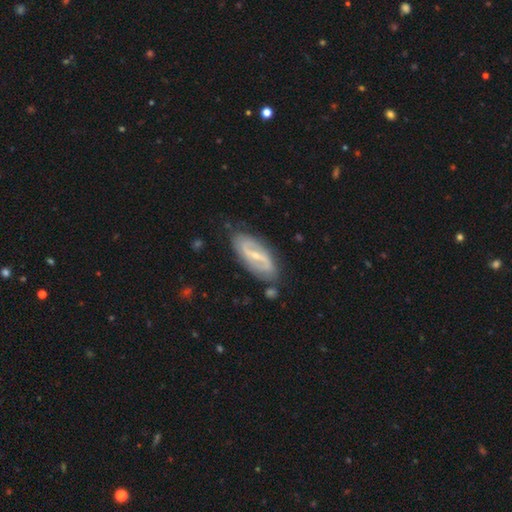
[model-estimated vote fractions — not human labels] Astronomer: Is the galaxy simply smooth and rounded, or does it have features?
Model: featured or disk — 83%.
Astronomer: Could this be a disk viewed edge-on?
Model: no — 92%.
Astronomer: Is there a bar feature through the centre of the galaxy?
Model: strong — 49% (runner-up: weak, 37%).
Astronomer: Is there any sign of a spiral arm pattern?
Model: yes — 90%.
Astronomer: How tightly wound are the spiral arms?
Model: medium — 41% (runner-up: loose, 35%).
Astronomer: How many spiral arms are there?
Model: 2 — 89%.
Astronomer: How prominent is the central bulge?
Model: small — 69%.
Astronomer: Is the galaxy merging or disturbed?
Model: none — 79%.